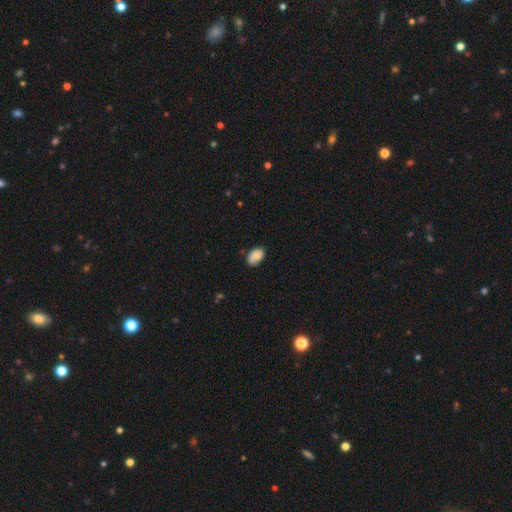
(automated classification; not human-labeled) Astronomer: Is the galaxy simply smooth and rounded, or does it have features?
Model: smooth — 84%.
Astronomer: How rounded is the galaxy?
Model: in between — 90%.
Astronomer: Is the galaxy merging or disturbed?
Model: none — 69%.